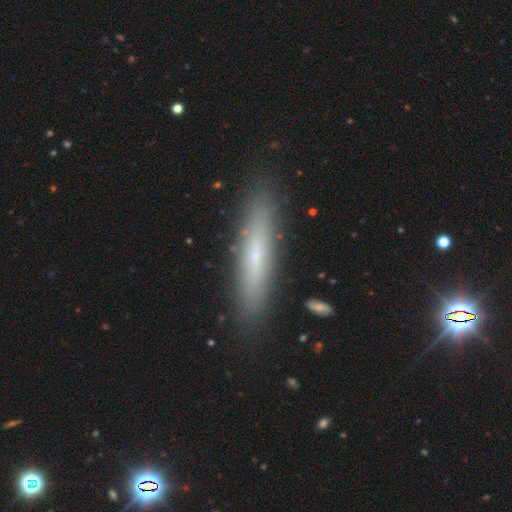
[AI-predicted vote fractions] smooth-or-featured: smooth: 52% | featured or disk: 40% | star or artifact: 8%
  how-rounded: cigar-shaped: 88% | in between: 10% | round: 2%
  merging: none: 89% | minor disturbance: 8% | major disturbance: 2% | merger: 1%